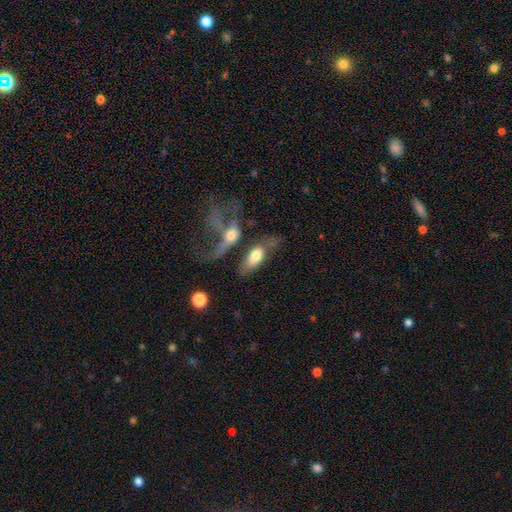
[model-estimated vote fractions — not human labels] Smooth or featured? Predicted: smooth (p=0.61). How rounded? Predicted: in between (p=0.80). Merging? Predicted: merger (p=0.39).